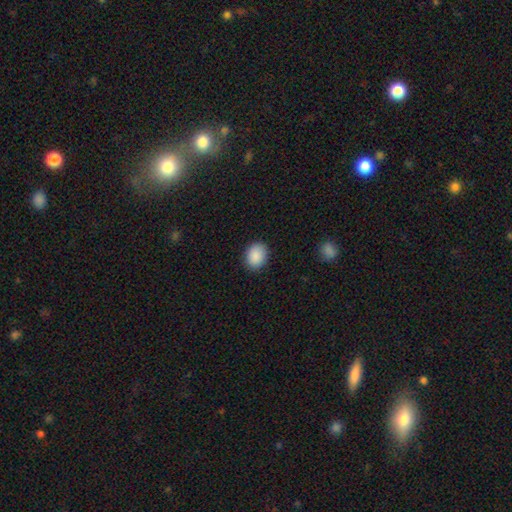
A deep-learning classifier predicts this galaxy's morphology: A smooth galaxy with no disk features (90%) that is in between round and cigar-shaped (58%). Merging: none (88%).